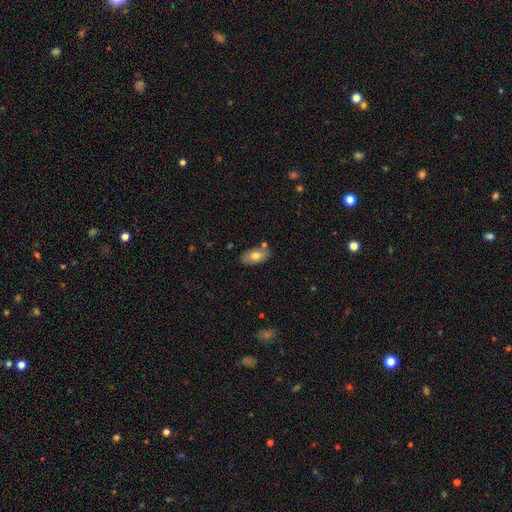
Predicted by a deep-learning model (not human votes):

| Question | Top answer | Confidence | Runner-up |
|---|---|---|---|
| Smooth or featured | smooth | 73% | featured or disk (20%) |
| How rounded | in between | 92% | round (4%) |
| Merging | none | 78% | minor disturbance (13%) |